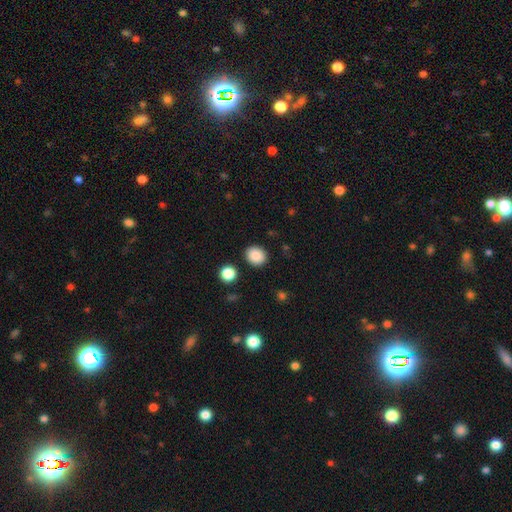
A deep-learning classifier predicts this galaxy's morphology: smooth-or-featured: smooth: 87% | star or artifact: 9% | featured or disk: 3%
  how-rounded: round: 69% | in between: 30% | cigar-shaped: 1%
  merging: none: 88% | minor disturbance: 7% | major disturbance: 2% | merger: 2%